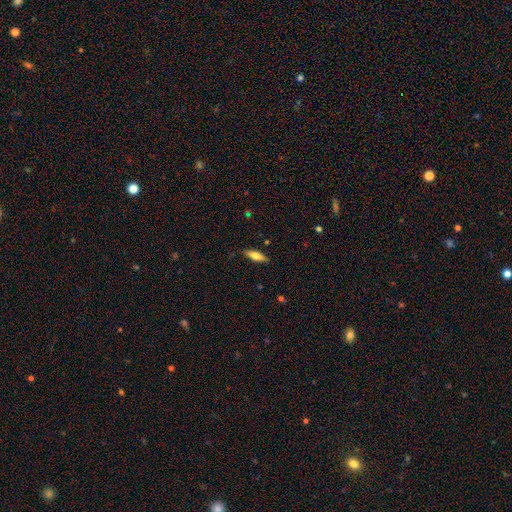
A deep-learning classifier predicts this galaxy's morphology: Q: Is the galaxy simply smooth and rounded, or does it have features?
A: smooth — 67%.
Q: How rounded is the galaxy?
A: in between — 49%, tied with cigar-shaped.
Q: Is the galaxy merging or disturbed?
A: none — 86%.